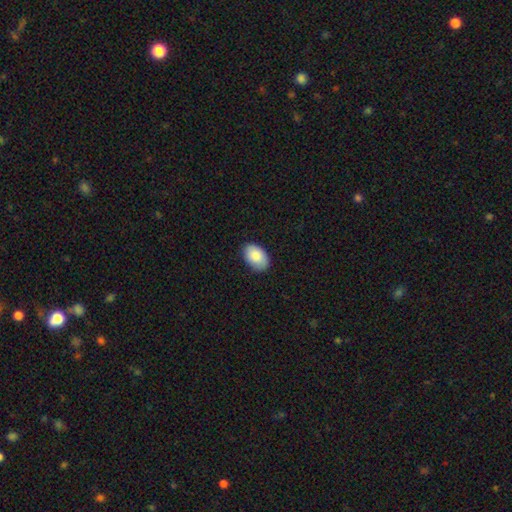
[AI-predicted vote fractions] This appears to be a smooth galaxy with no disk features (86%) that is in between round and cigar-shaped (90%). Merging: none (84%).